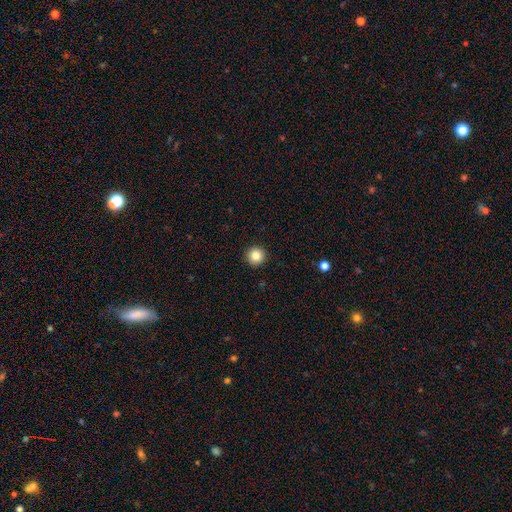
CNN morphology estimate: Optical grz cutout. It shows a smooth galaxy with no disk features (84%) that is round (96%). Merging: none (93%).